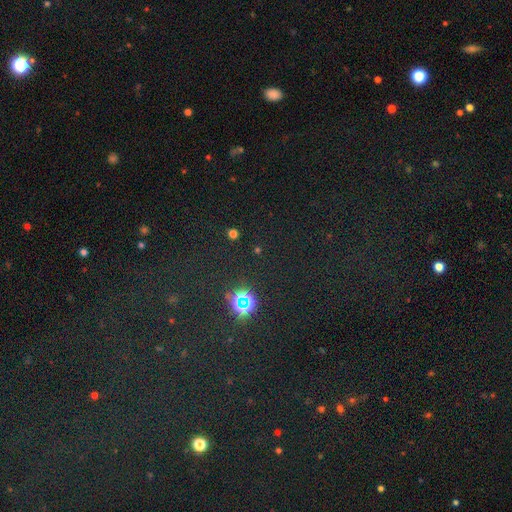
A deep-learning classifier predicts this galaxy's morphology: Overall: star or artifact (72%).